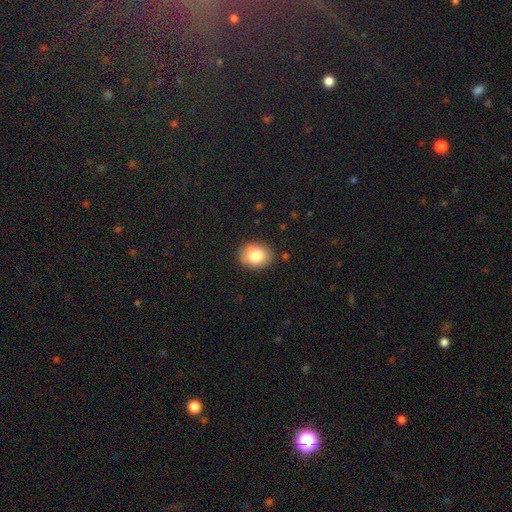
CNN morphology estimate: Q: Smooth or featured?
A: smooth (82%); runner-up: featured or disk (10%)
Q: How rounded?
A: in between (57%); runner-up: round (42%)
Q: Merging?
A: none (85%); runner-up: minor disturbance (11%)